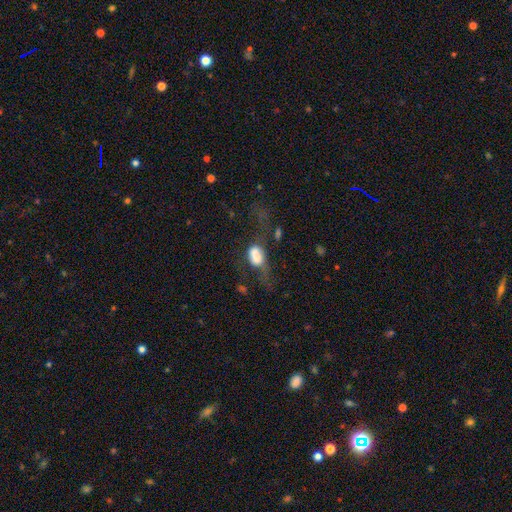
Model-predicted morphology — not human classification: Smooth or featured: smooth — 70% (featured or disk — 21%)
How rounded: in between — 87% (round — 10%)
Merging: major disturbance — 49% (none — 22%)